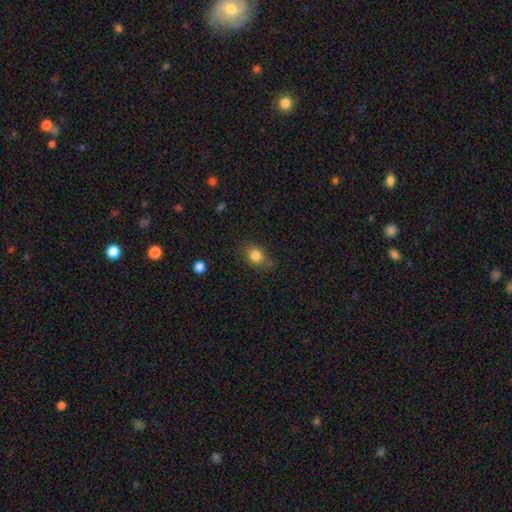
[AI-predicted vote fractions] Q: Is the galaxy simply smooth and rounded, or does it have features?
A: smooth — 83%.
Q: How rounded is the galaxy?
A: round — 55%.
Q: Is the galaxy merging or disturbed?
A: none — 71%.